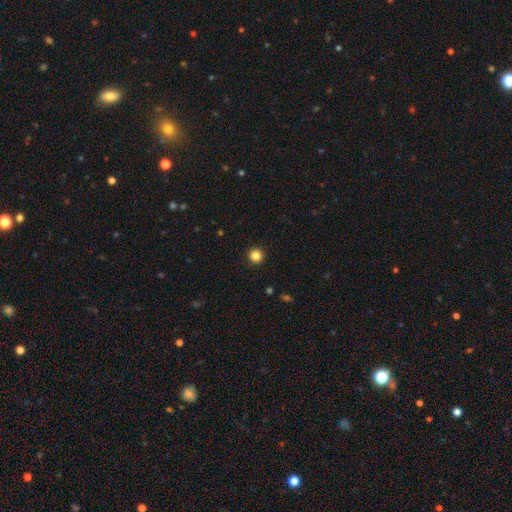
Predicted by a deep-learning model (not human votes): Smooth or featured?
  - smooth: 84% *
  - star or artifact: 12%
  - featured or disk: 4%
How rounded?
  - round: 96% *
  - in between: 3%
  - cigar-shaped: 1%
Merging?
  - none: 94% *
  - minor disturbance: 4%
  - major disturbance: 1%
  - merger: 1%